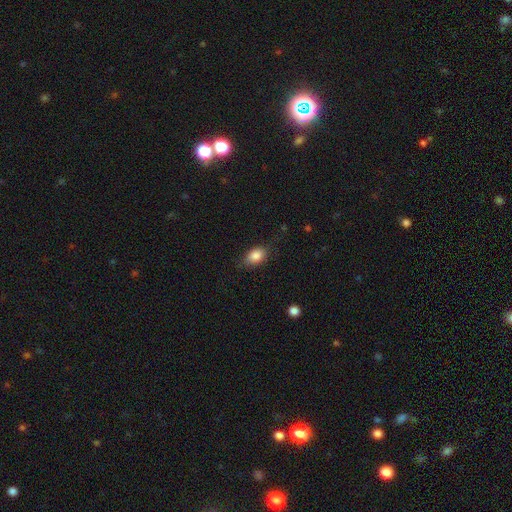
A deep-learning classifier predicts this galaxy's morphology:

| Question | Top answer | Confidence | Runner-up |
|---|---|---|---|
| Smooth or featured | smooth | 85% | star or artifact (8%) |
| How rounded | in between | 84% | round (14%) |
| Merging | none | 78% | minor disturbance (17%) |